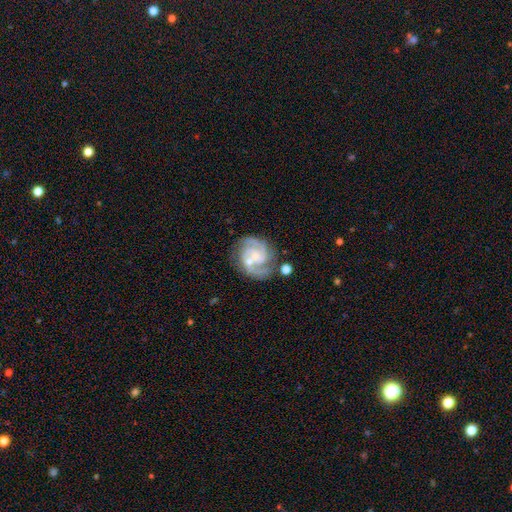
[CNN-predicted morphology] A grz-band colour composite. It shows a featured or disk galaxy (89%) with no bar (59%), 2 (47%) tight (51%) spiral arms (98%) and a small central bulge (62%). Merging: none (65%).